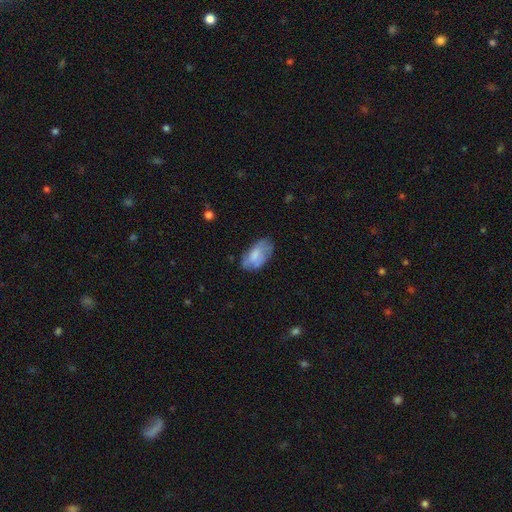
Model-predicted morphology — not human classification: A smooth galaxy with no disk features (69%) that is in between round and cigar-shaped (94%). Merging: none (63%).